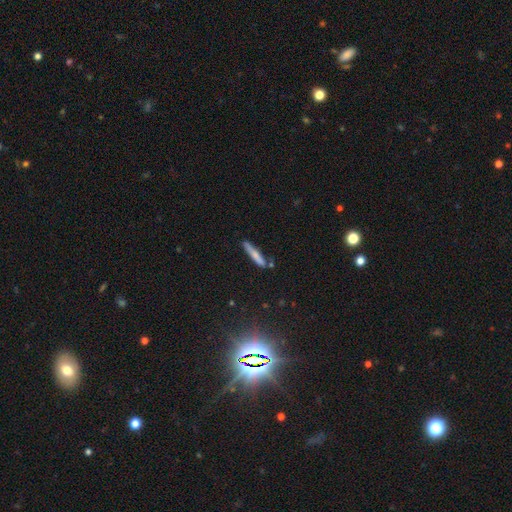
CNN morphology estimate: This is likely a smooth galaxy (66%). How rounded: clearly cigar-shaped (92%). Merging: likely none (77%).